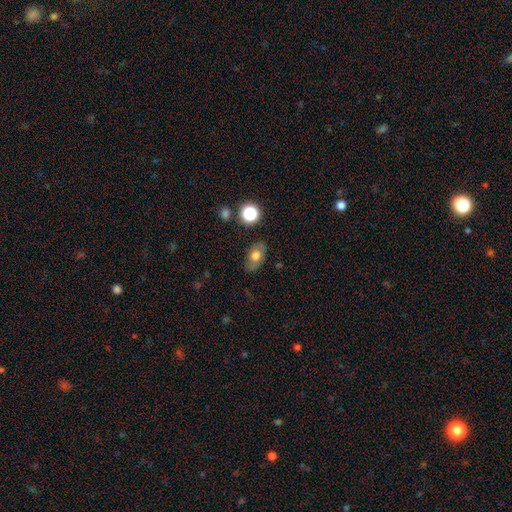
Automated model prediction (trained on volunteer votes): smooth 62%, featured or disk 28%, star or artifact 10%. Down the decision tree: how rounded — in between (83%); merging — none (79%).